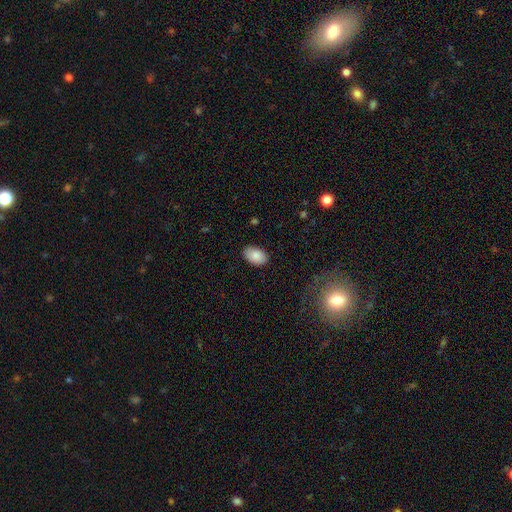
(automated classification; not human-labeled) This appears to be a smooth galaxy with no disk features (86%) that is in between round and cigar-shaped (91%). Merging: none (88%).